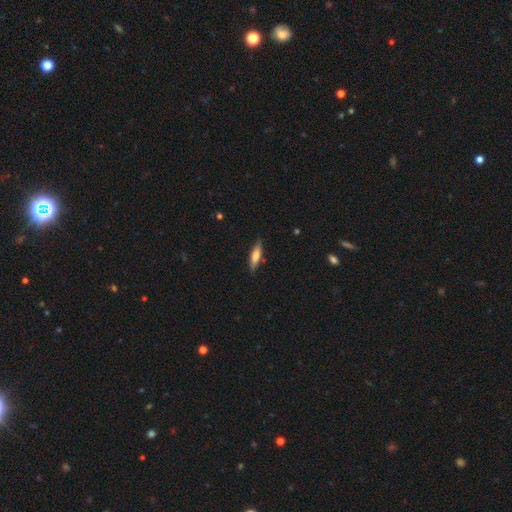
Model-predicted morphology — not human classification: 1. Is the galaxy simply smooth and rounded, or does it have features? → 60% smooth, 34% featured or disk, 6% star or artifact.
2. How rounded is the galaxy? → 69% cigar-shaped, 29% in between, 2% round.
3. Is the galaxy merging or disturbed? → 84% none, 13% minor disturbance, 2% major disturbance, 1% merger.